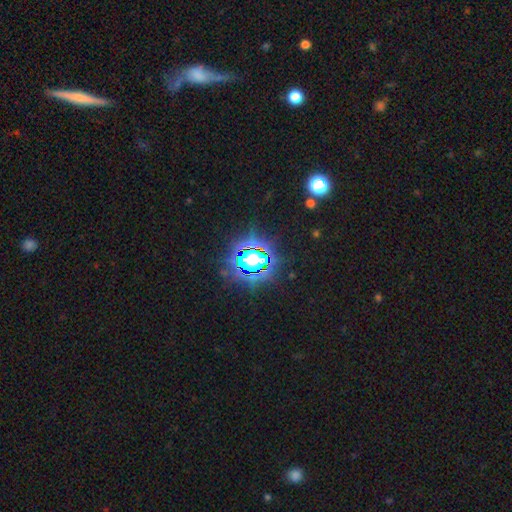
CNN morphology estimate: star or artifact 79%, smooth 13%, featured or disk 8%.